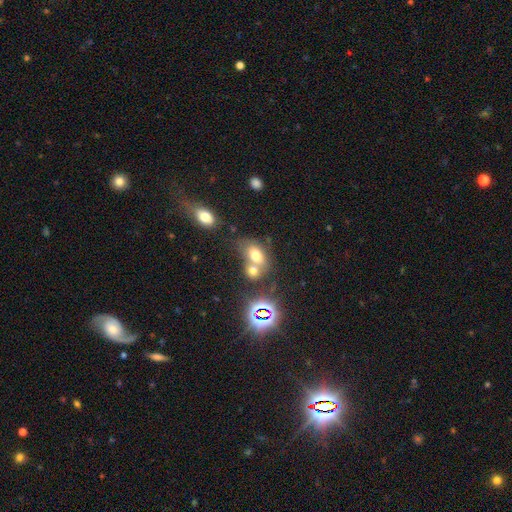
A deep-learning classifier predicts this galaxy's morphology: A smooth galaxy with no disk features (67%) that is in between round and cigar-shaped (77%).

Vote fractions:
- Smooth or featured? smooth: 67% / star or artifact: 17% / featured or disk: 16%
- How rounded? in between: 77% / round: 21% / cigar-shaped: 2%
- Merging? merger: 53% / none: 31% / minor disturbance: 10% / major disturbance: 6%